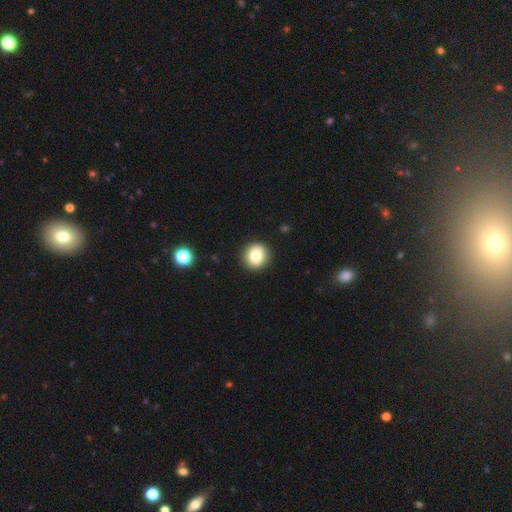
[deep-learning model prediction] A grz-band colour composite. It shows a smooth galaxy with no disk features (81%) that is round (90%). Merging: none (91%).